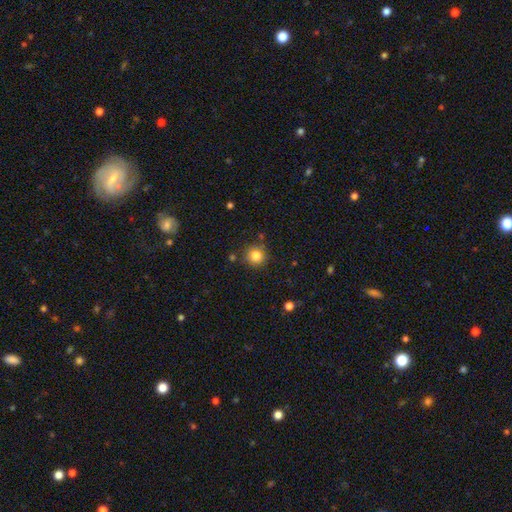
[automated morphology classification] Overall: smooth (83%). How rounded: round (93%). Merging: none (82%).